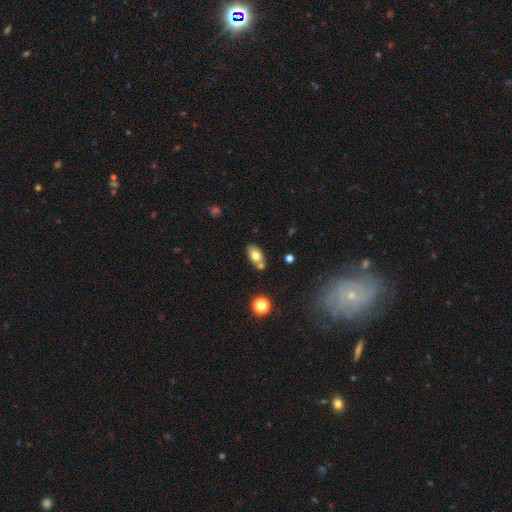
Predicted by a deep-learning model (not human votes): Smooth or featured? Predicted: smooth (p=0.72). How rounded? Predicted: in between (p=0.86). Merging? Predicted: none (p=0.63).